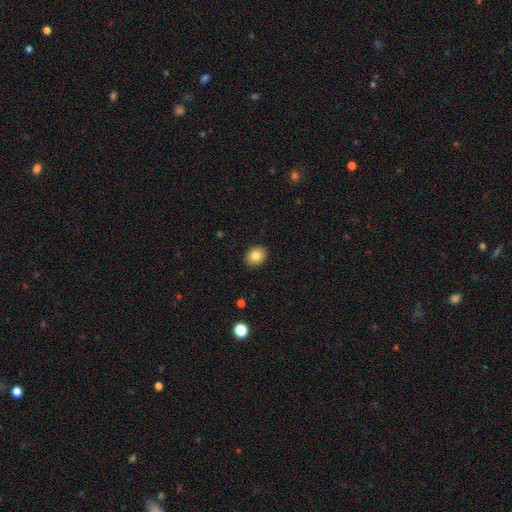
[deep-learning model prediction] Smooth or featured: smooth — 81% (featured or disk — 9%)
How rounded: round — 51% (in between — 48%)
Merging: none — 90% (minor disturbance — 7%)